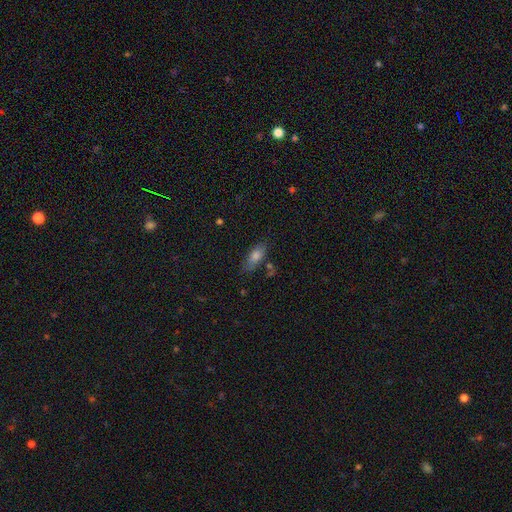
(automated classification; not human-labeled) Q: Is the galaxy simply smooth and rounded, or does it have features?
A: smooth — 73%.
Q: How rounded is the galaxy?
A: in between — 74%.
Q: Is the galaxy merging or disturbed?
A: none — 72%.